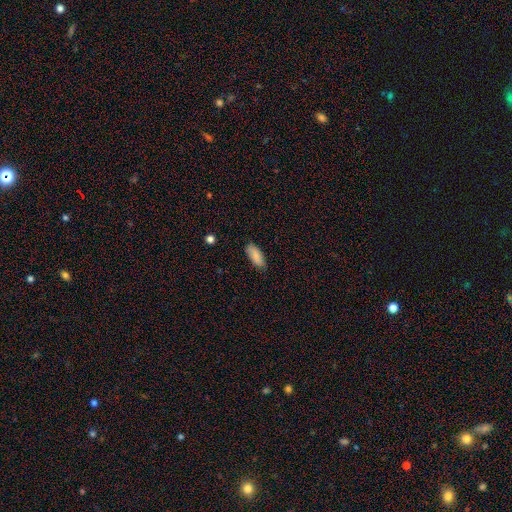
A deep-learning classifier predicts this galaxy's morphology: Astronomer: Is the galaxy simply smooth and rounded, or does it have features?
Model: smooth — 87%.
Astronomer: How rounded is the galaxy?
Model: in between — 83%.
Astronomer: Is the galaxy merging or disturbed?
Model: none — 83%.